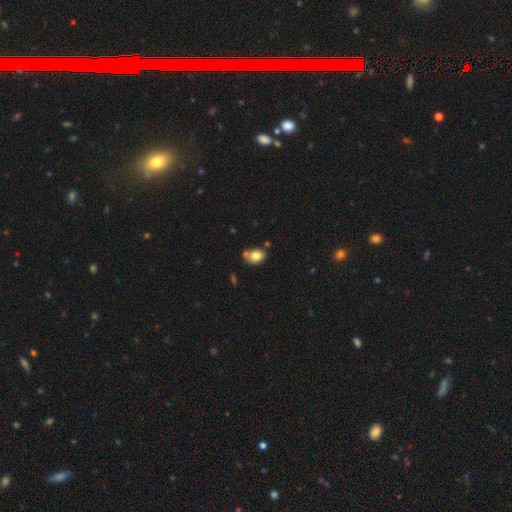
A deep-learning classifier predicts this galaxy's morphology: Smooth or featured: smooth — 80% (featured or disk — 11%)
How rounded: in between — 68% (round — 31%)
Merging: none — 60% (minor disturbance — 19%)